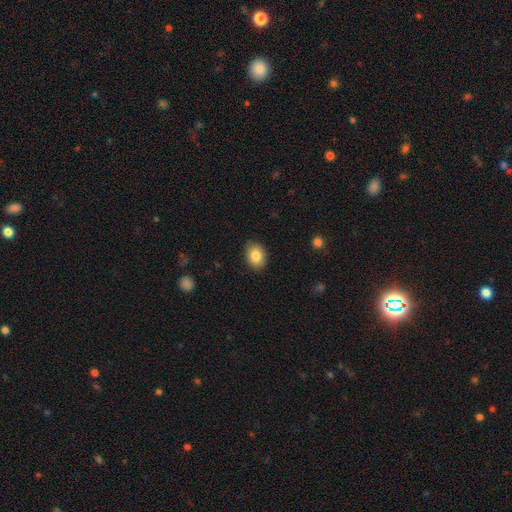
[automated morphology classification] type=smooth (85%); roundness=in between (73%); merging=none (88%).